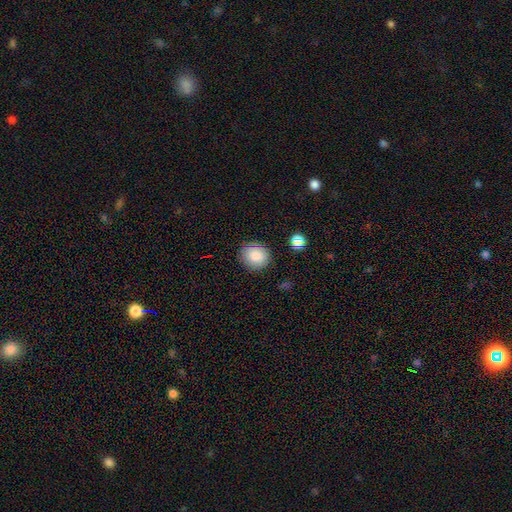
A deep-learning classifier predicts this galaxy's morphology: A smooth galaxy with no disk features (83%) that is round (84%). Merging: none (87%).